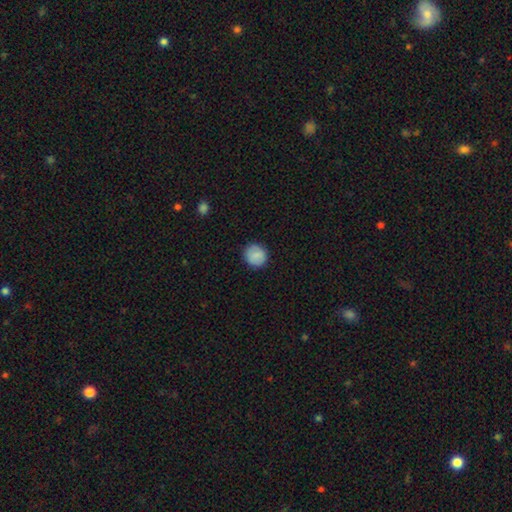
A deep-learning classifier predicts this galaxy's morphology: Smooth or featured: smooth — 82% (featured or disk — 10%)
How rounded: round — 88% (in between — 11%)
Merging: none — 89% (minor disturbance — 8%)